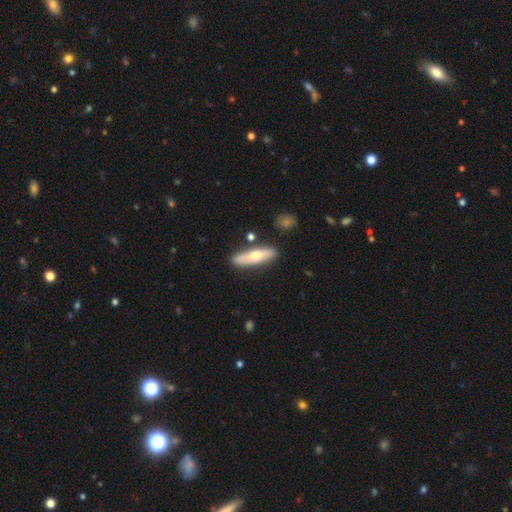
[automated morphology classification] smooth 54%, featured or disk 40%, star or artifact 6%. Down the decision tree: how rounded — cigar-shaped (63%); merging — none (82%).